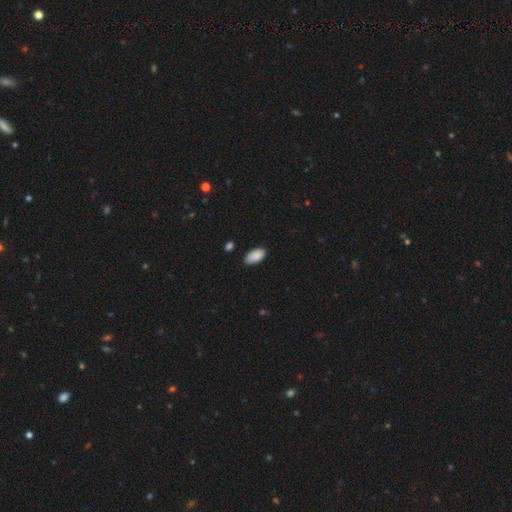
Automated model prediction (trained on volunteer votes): Morphology: type=smooth (89%); roundness=in between (95%); merging=none (81%).